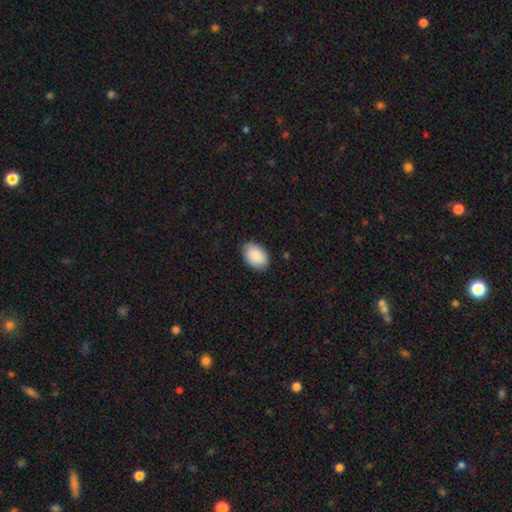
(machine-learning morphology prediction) This is clearly a smooth galaxy (88%). How rounded: clearly in between (89%). Merging: clearly none (85%).